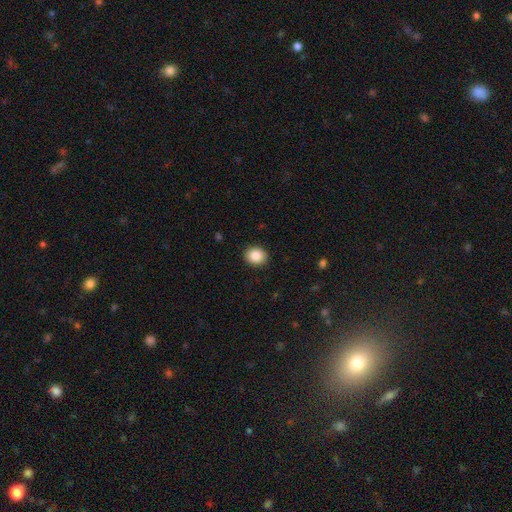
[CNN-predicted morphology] This appears to be a smooth galaxy with no disk features (87%) that is round (62%). Merging: none (91%).